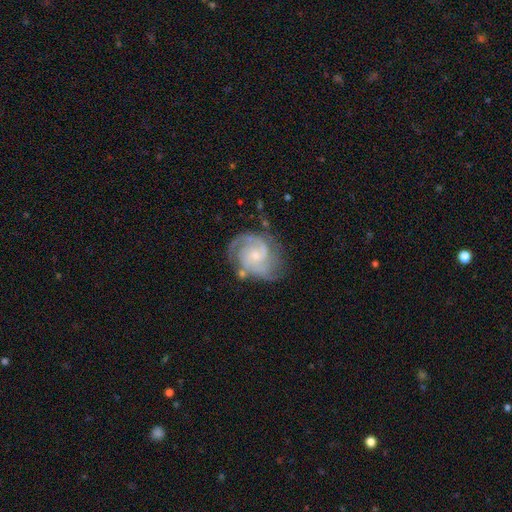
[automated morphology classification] This appears to be a featured or disk galaxy (87%) with no bar (65%), 2 (54%) tight (49%) spiral arms (97%) and a small central bulge (66%). Merging: none (66%).